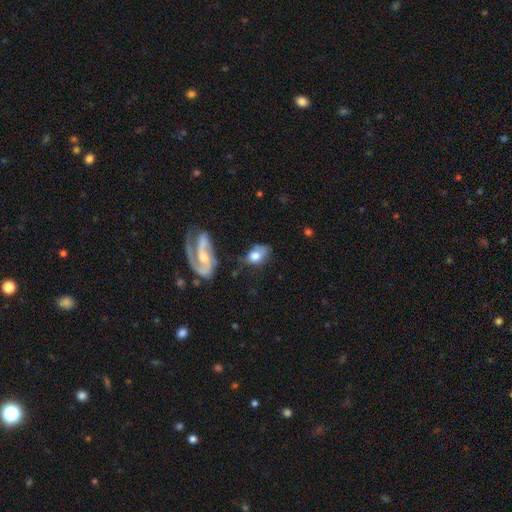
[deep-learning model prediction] Smooth or featured? Predicted: smooth (p=0.65). How rounded? Predicted: in between (p=0.80). Merging? Predicted: none (p=0.45).